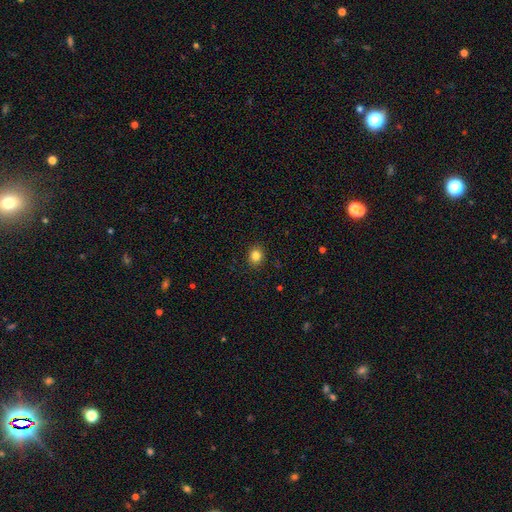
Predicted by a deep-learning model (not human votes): A smooth galaxy with no disk features (83%) that is round (66%).

Vote fractions:
- Smooth or featured? smooth: 83% / star or artifact: 11% / featured or disk: 5%
- How rounded? round: 66% / in between: 33% / cigar-shaped: 1%
- Merging? none: 91% / minor disturbance: 6% / major disturbance: 2% / merger: 1%